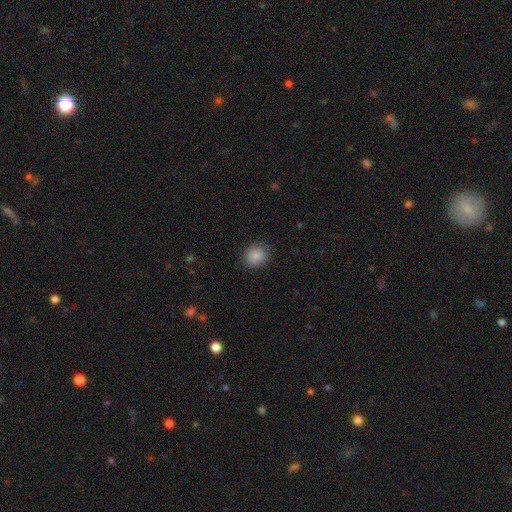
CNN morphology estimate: Q: Smooth or featured?
A: smooth (87%); runner-up: star or artifact (9%)
Q: How rounded?
A: round (70%); runner-up: in between (29%)
Q: Merging?
A: none (86%); runner-up: minor disturbance (11%)